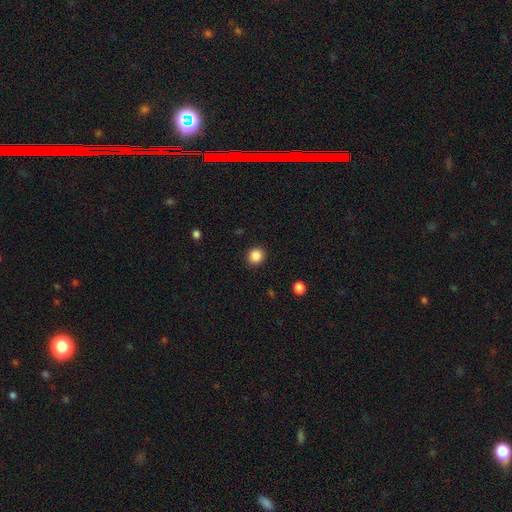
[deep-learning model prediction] Smooth or featured?
  - smooth: 87% *
  - star or artifact: 10%
  - featured or disk: 3%
How rounded?
  - round: 88% *
  - in between: 11%
  - cigar-shaped: 1%
Merging?
  - none: 91% *
  - minor disturbance: 5%
  - major disturbance: 2%
  - merger: 1%